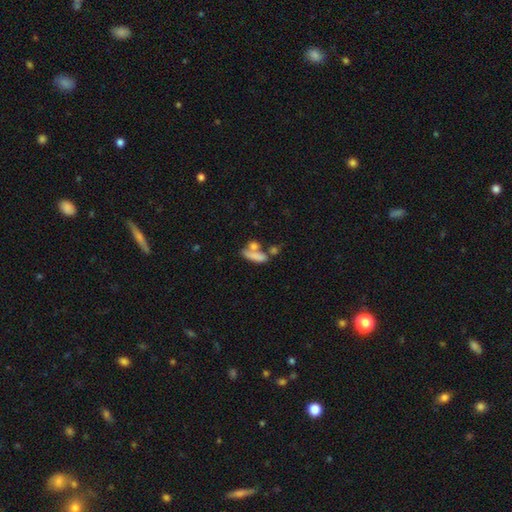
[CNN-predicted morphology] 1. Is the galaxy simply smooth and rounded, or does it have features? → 73% smooth, 17% featured or disk, 10% star or artifact.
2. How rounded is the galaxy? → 56% in between, 38% cigar-shaped, 6% round.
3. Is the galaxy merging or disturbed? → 42% merger, 35% none, 13% minor disturbance, 10% major disturbance.